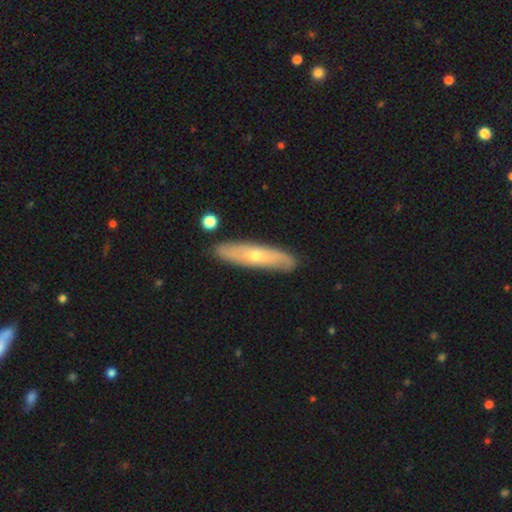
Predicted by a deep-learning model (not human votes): Smooth or featured?
  - featured or disk: 52% *
  - smooth: 42%
  - star or artifact: 6%
Edge-on disk?
  - yes: 53% *
  - no: 47%
Merging?
  - none: 86% *
  - minor disturbance: 10%
  - merger: 2%
  - major disturbance: 2%